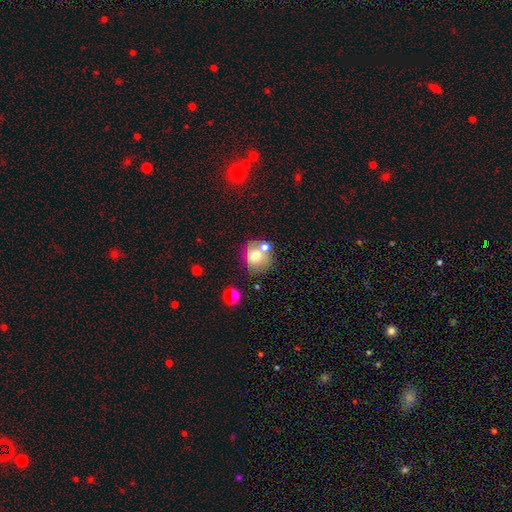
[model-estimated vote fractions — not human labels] smooth 65%, featured or disk 21%, star or artifact 13%. Down the decision tree: how rounded — round (81%); merging — none (57%).